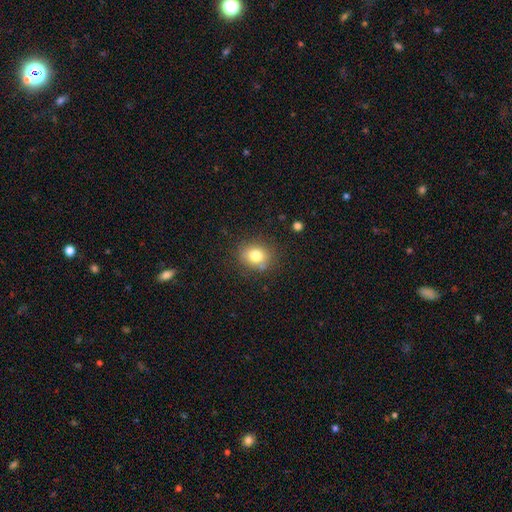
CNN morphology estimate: Smooth or featured: smooth — 79% (star or artifact — 11%)
How rounded: round — 62% (in between — 38%)
Merging: none — 80% (minor disturbance — 13%)